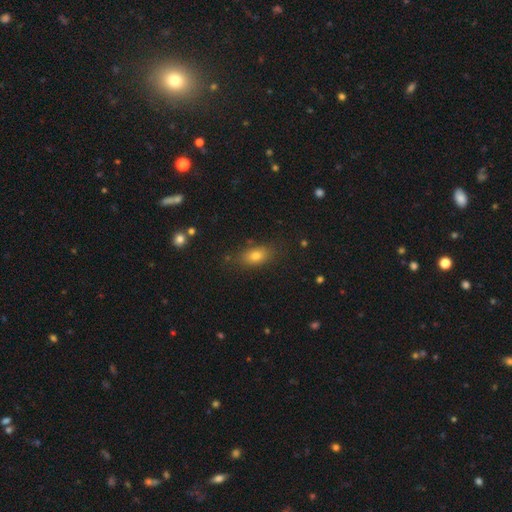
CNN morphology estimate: The model was most divided on "smooth or featured": smooth: 76%, star or artifact: 13%, featured or disk: 11%. More confident: merging — none (81%); how rounded — in between (79%).